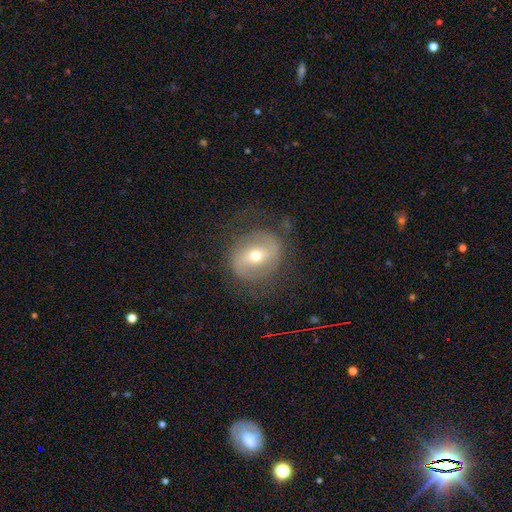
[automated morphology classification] Smooth or featured? Predicted: featured or disk (p=0.68). Edge-on disk? Predicted: no (p=0.95). Bar? Predicted: strong (p=0.38). Spiral arms? Predicted: yes (p=0.70). Bulge size? Predicted: moderate (p=0.54). Merging? Predicted: none (p=0.70).